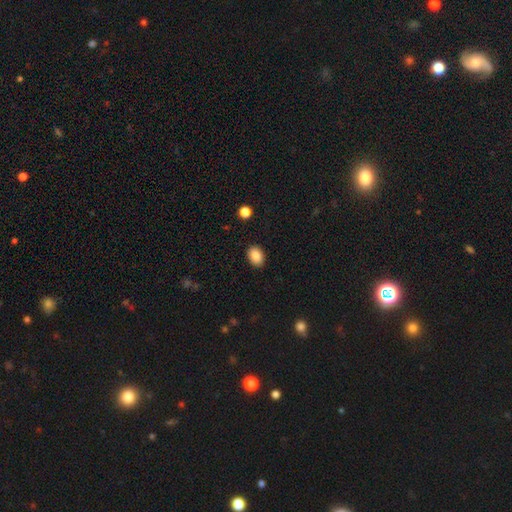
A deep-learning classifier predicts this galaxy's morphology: This is clearly a smooth galaxy (87%). How rounded: likely in between (77%). Merging: clearly none (90%).